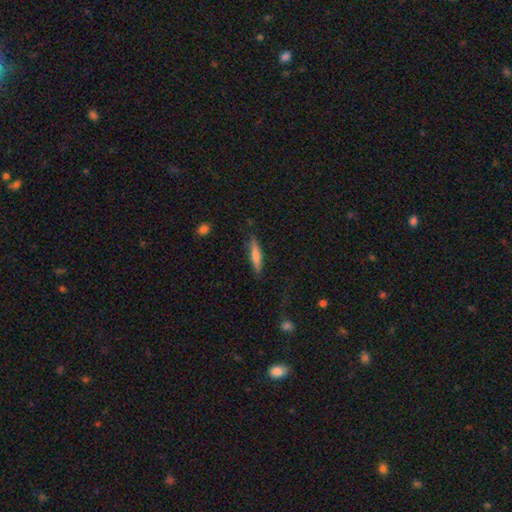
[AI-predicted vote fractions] This appears to be a smooth galaxy with no disk features (65%) that is cigar-shaped (83%). Merging: none (74%).